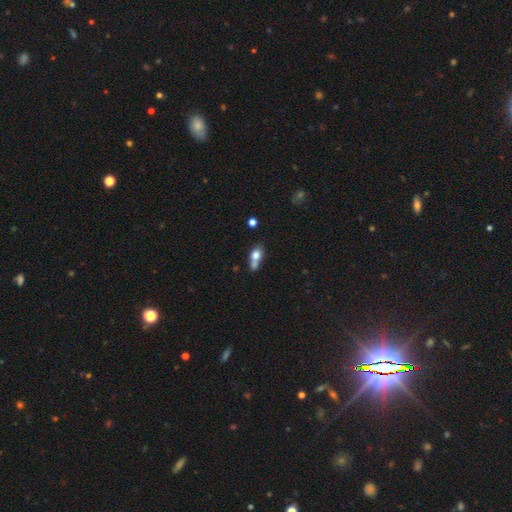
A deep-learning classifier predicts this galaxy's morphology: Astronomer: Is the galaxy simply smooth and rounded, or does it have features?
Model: smooth — 71%.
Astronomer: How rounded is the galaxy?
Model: in between — 61%.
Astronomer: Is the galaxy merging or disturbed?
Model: merger — 43% (runner-up: none, 29%).